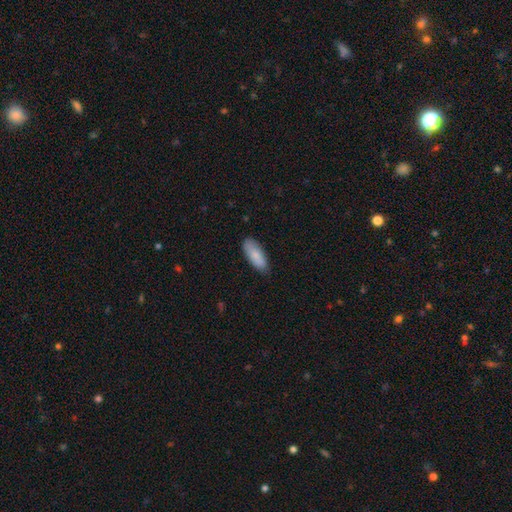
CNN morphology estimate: Smooth or featured: smooth — 85% (featured or disk — 9%)
How rounded: in between — 79% (cigar-shaped — 19%)
Merging: none — 79% (minor disturbance — 17%)